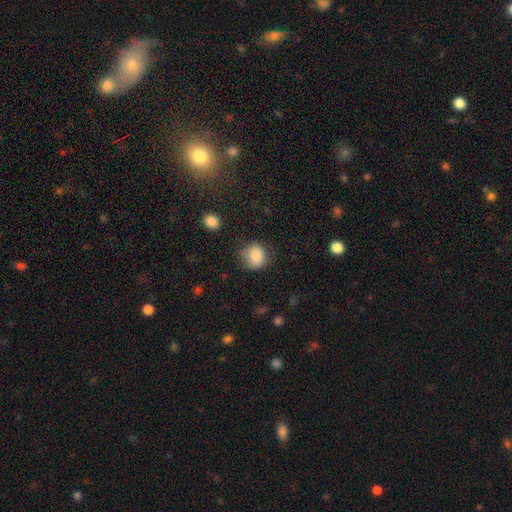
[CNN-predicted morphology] A smooth galaxy with no disk features (82%) that is round (81%).

Vote fractions:
- Smooth or featured? smooth: 82% / featured or disk: 9% / star or artifact: 9%
- How rounded? round: 81% / in between: 18% / cigar-shaped: 1%
- Merging? none: 65% / minor disturbance: 25% / major disturbance: 7% / merger: 2%